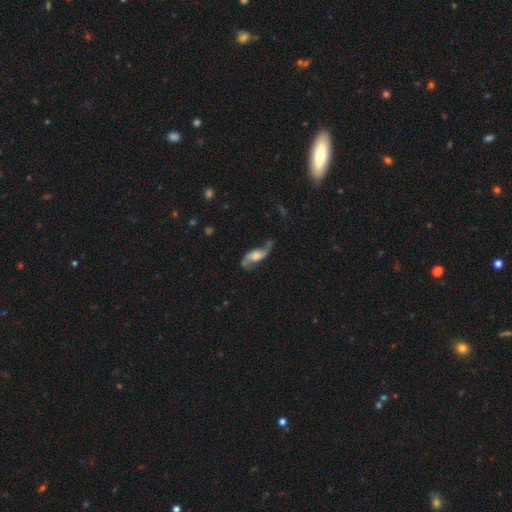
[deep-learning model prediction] featured or disk 79%, smooth 15%, star or artifact 7%. Down the decision tree: edge-on disk — no (91%); bar — no (55%); spiral arms — yes (94%); spiral arm count — 2 (91%); spiral winding — loose (74%); bulge size — moderate (32%); merging — none (61%).